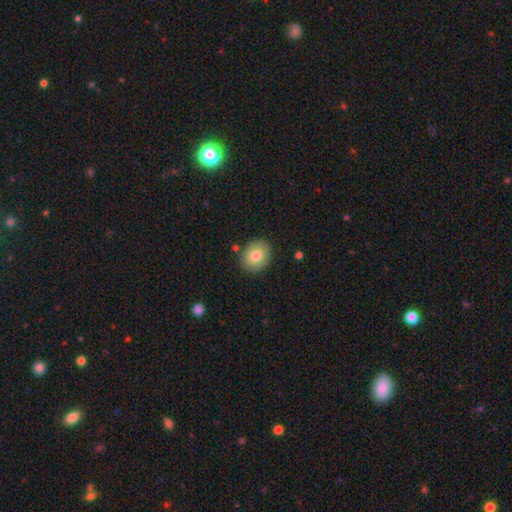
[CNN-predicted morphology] type=smooth (77%); roundness=round (54%); merging=none (85%).